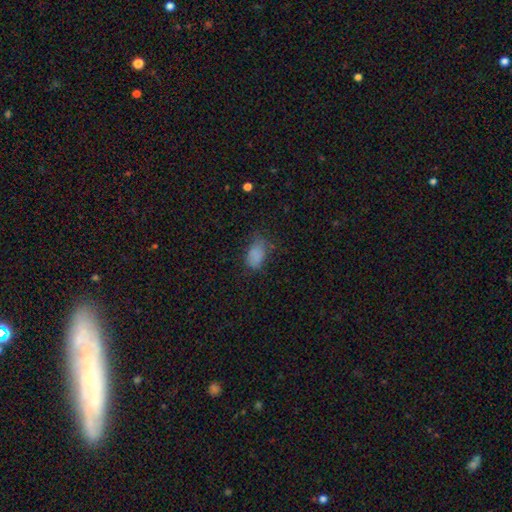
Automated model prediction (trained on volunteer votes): Smooth or featured? smooth (81%)
How rounded? in between (90%)
Merging? none (53%)